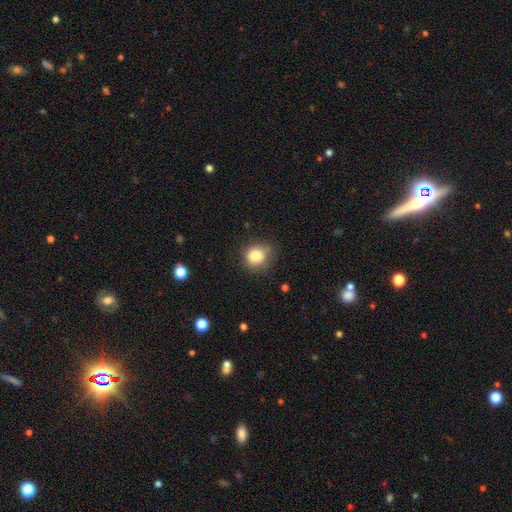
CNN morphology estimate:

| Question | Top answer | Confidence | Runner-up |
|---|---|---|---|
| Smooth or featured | smooth | 83% | star or artifact (10%) |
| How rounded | round | 80% | in between (19%) |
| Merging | none | 66% | minor disturbance (25%) |